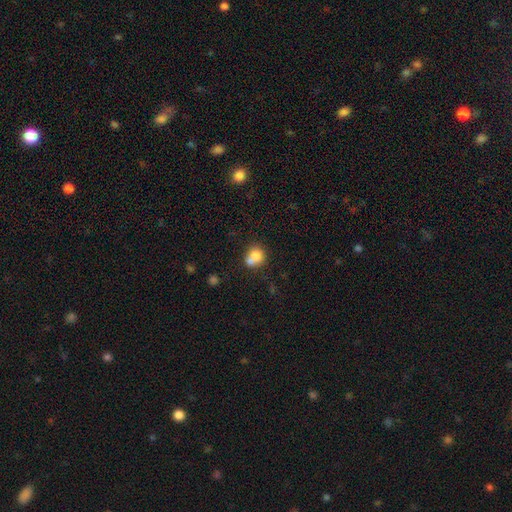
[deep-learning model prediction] smooth 76%, featured or disk 14%, star or artifact 10%. Down the decision tree: how rounded — round (73%); merging — merger (49%).